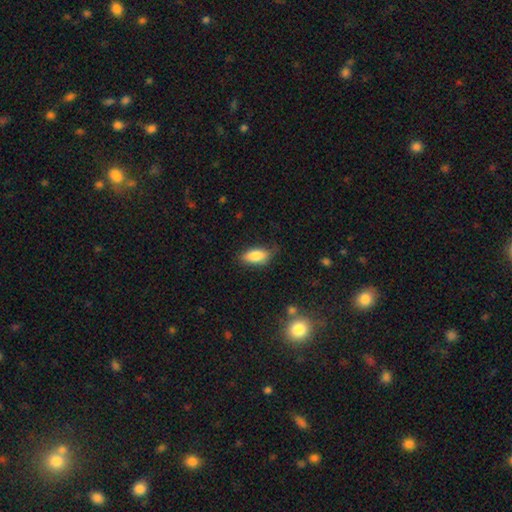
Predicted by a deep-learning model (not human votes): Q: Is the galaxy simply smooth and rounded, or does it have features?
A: smooth — 85%.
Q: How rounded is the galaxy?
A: in between — 87%.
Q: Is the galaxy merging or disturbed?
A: none — 72%.